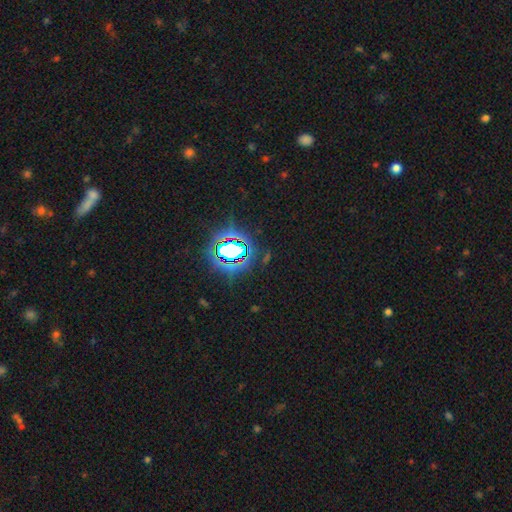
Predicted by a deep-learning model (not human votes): A star or artifact, not a galaxy (81%).